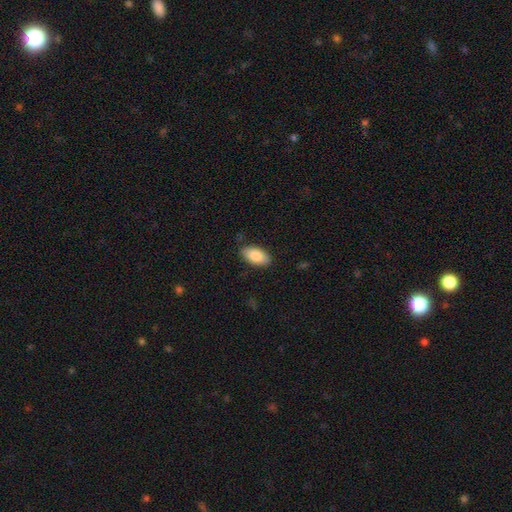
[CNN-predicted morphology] smooth-or-featured: smooth: 86% | featured or disk: 7% | star or artifact: 6%
  how-rounded: in between: 94% | cigar-shaped: 3% | round: 3%
  merging: none: 86% | minor disturbance: 10% | major disturbance: 2% | merger: 1%